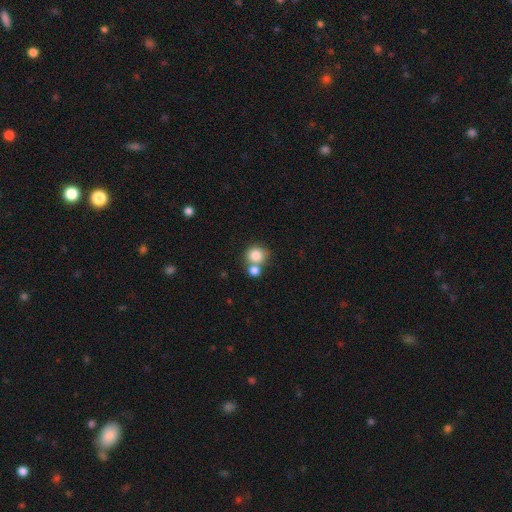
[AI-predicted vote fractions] smooth 83%, star or artifact 10%, featured or disk 8%. Down the decision tree: how rounded — round (83%); merging — none (47%).